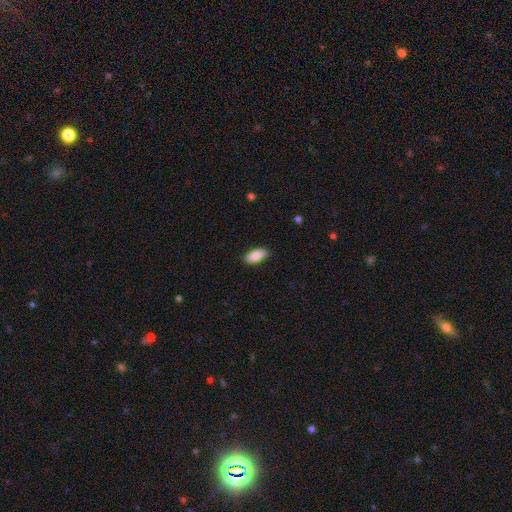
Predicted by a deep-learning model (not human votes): Overall: smooth (83%). How rounded: in between (91%). Merging: none (89%).